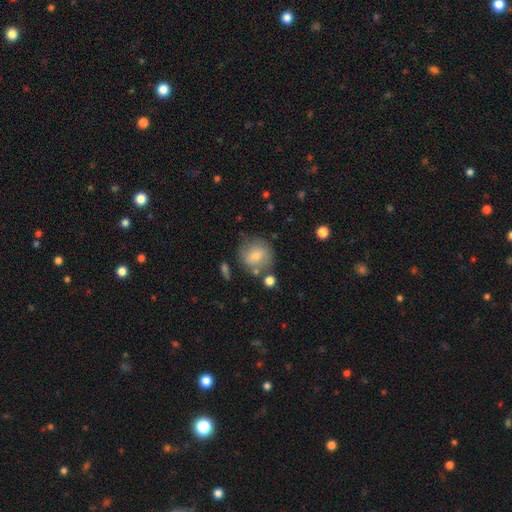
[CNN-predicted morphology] smooth-or-featured: smooth: 70% | featured or disk: 22% | star or artifact: 8%
  how-rounded: round: 86% | in between: 12% | cigar-shaped: 1%
  merging: none: 67% | minor disturbance: 18% | merger: 8% | major disturbance: 7%